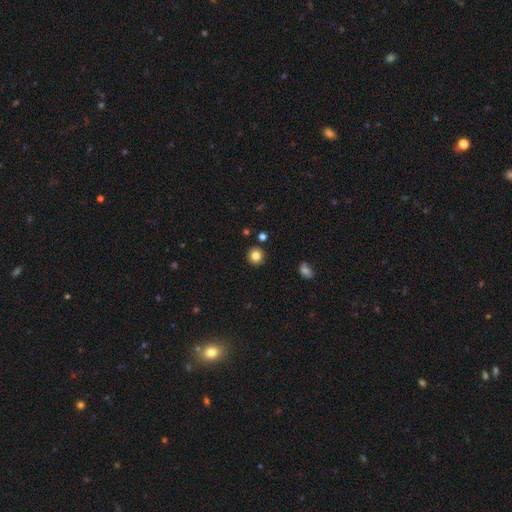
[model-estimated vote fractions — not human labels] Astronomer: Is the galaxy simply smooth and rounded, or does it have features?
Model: smooth — 83%.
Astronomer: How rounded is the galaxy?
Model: round — 92%.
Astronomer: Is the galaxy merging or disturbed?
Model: none — 90%.